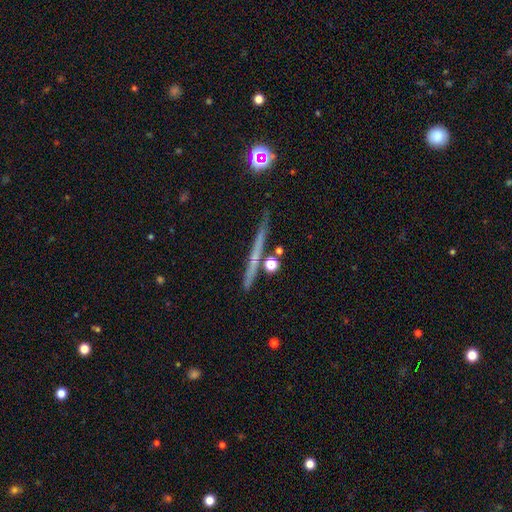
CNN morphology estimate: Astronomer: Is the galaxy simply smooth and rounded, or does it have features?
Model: featured or disk — 56%.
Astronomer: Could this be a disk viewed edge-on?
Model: yes — 93%.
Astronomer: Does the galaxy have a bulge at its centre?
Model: none — 53% (runner-up: rounded, 37%).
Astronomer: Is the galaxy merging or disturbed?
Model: none — 82%.